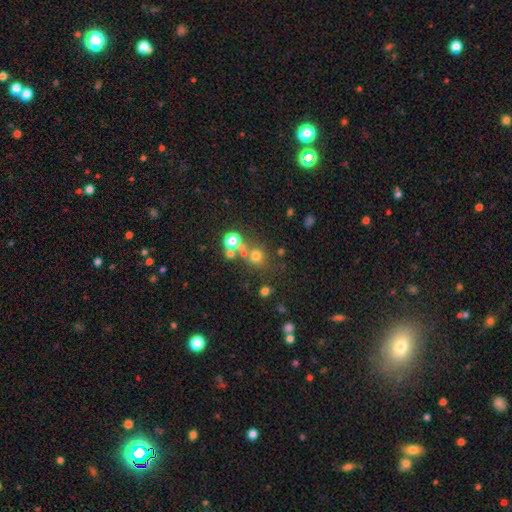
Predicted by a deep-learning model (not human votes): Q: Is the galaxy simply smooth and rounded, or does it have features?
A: smooth — 64%.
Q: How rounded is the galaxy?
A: round — 86%.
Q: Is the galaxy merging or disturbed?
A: none — 60%.